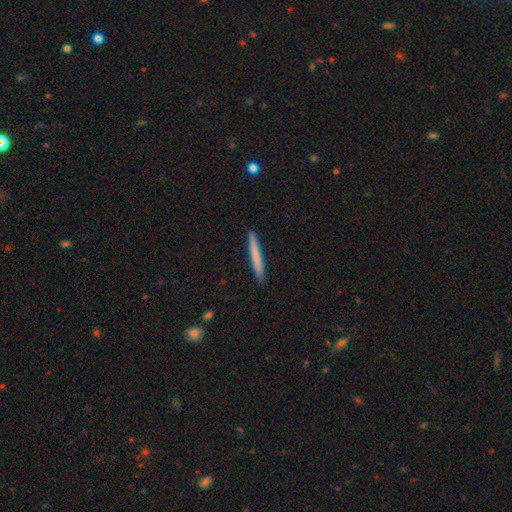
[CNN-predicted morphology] Smooth or featured?
  - smooth: 69% *
  - featured or disk: 25%
  - star or artifact: 6%
How rounded?
  - cigar-shaped: 97% *
  - in between: 2%
  - round: 1%
Merging?
  - none: 92% *
  - minor disturbance: 6%
  - major disturbance: 1%
  - merger: 1%